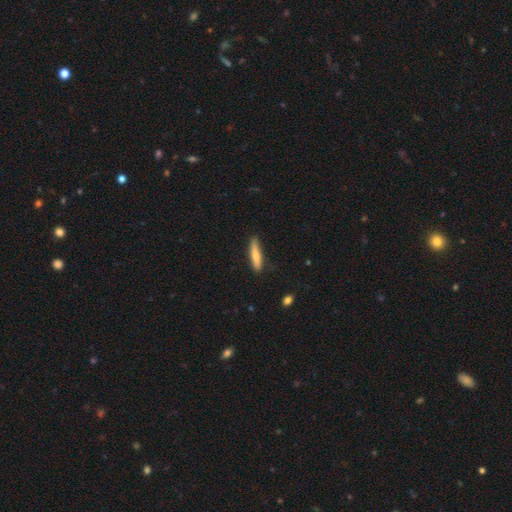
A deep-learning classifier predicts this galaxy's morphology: A smooth galaxy with no disk features (75%) that is cigar-shaped (85%).

Vote fractions:
- Smooth or featured? smooth: 75% / featured or disk: 20% / star or artifact: 6%
- How rounded? cigar-shaped: 85% / in between: 14% / round: 1%
- Merging? none: 81% / minor disturbance: 15% / major disturbance: 2% / merger: 1%